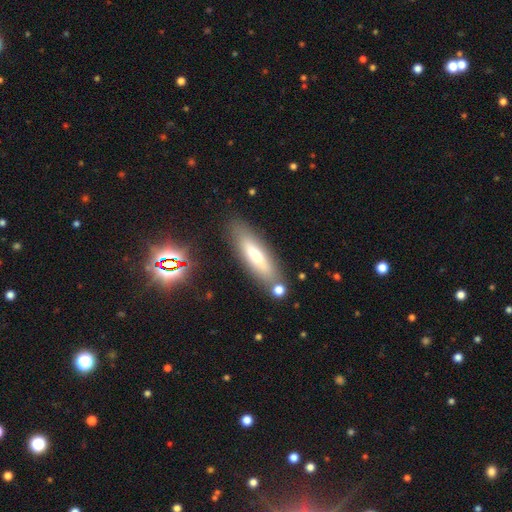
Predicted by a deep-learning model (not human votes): A smooth galaxy with no disk features (66%) that is cigar-shaped (60%).

Vote fractions:
- Smooth or featured? smooth: 66% / featured or disk: 26% / star or artifact: 7%
- How rounded? cigar-shaped: 60% / in between: 39% / round: 2%
- Merging? none: 77% / minor disturbance: 12% / merger: 7% / major disturbance: 4%